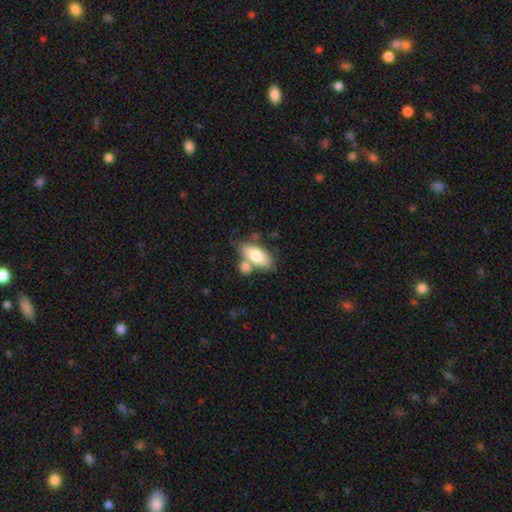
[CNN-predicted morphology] type=smooth (77%); roundness=in between (89%); merging=none (49%).